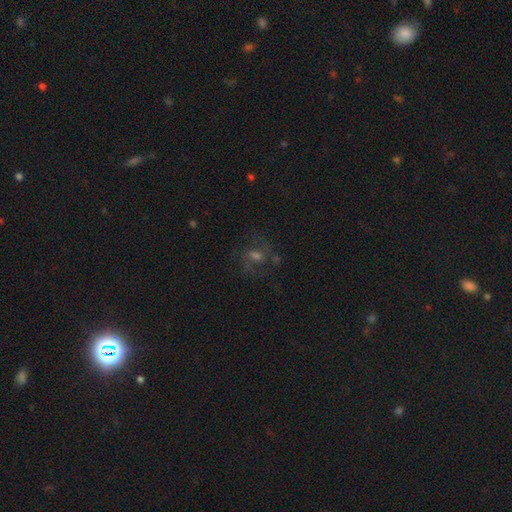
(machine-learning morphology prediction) This appears to be a featured or disk galaxy (48%). Merging: none (63%).